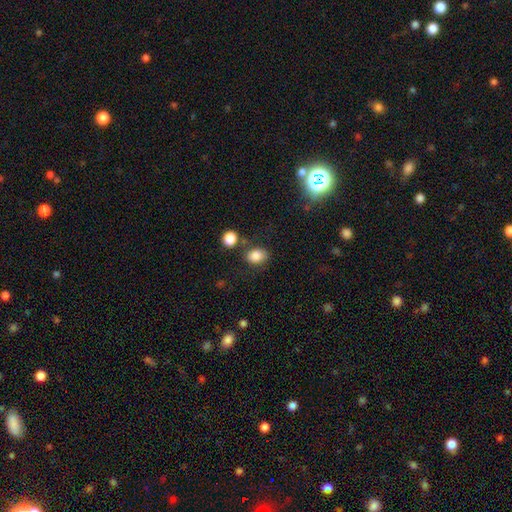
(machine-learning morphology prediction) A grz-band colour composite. It shows a smooth galaxy with no disk features (84%) that is in between round and cigar-shaped (62%). Merging: none (69%).